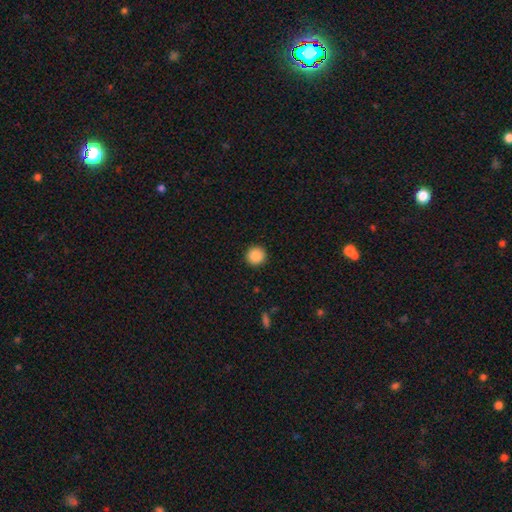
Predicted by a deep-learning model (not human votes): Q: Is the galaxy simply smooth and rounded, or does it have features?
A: smooth — 88%.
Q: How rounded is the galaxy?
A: round — 94%.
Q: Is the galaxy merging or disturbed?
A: none — 93%.